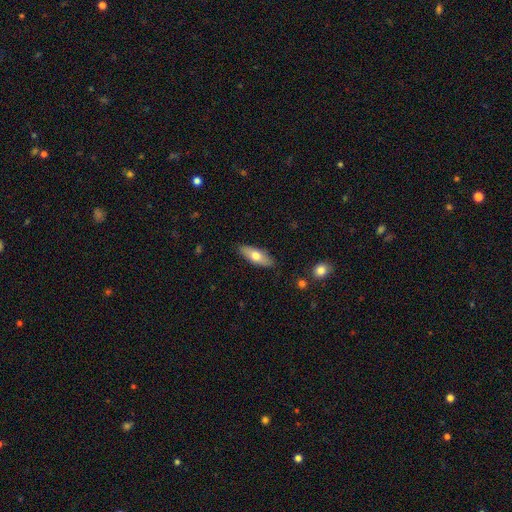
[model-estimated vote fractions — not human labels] The model was most divided on "how rounded": in between: 66%, cigar-shaped: 32%, round: 2%. More confident: merging — none (86%); smooth or featured — smooth (66%).